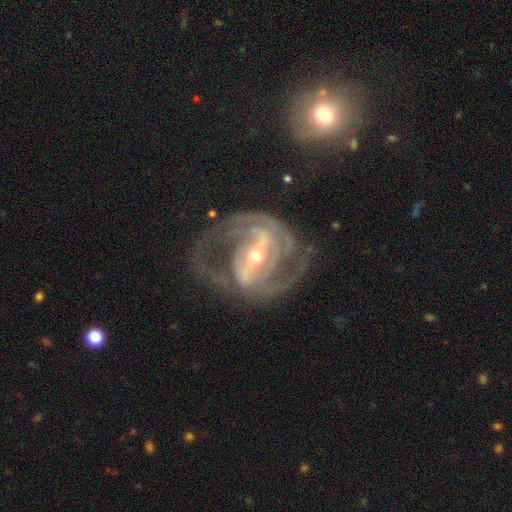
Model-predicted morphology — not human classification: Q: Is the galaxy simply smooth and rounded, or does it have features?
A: featured or disk — 91%.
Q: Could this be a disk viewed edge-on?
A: no — 96%.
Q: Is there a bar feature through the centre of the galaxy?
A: strong — 67%.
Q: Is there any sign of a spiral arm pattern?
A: yes — 95%.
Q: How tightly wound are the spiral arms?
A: medium — 49%.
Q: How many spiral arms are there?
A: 2 — 60%.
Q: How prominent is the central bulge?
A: small — 60%.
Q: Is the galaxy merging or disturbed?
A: none — 60%.